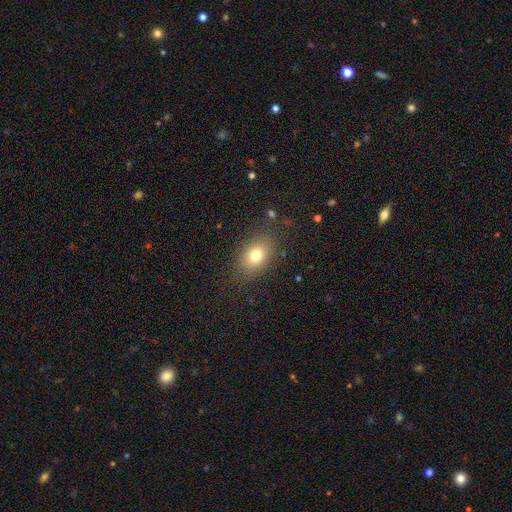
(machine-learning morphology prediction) The model was most divided on "how rounded": in between: 77%, round: 21%, cigar-shaped: 1%. More confident: merging — none (83%); smooth or featured — smooth (76%).